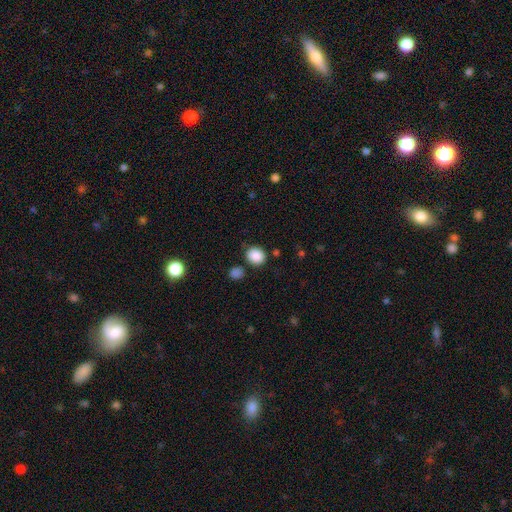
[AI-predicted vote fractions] smooth 88%, star or artifact 9%, featured or disk 3%. Down the decision tree: how rounded — round (71%); merging — none (79%).